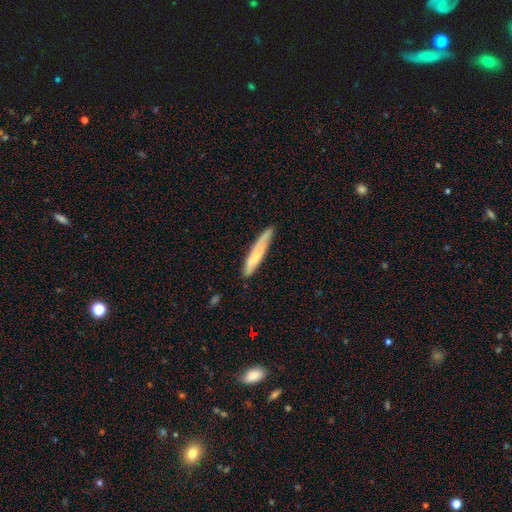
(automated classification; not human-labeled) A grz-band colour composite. It shows a smooth galaxy with no disk features (66%) that is cigar-shaped (91%). Merging: none (77%).